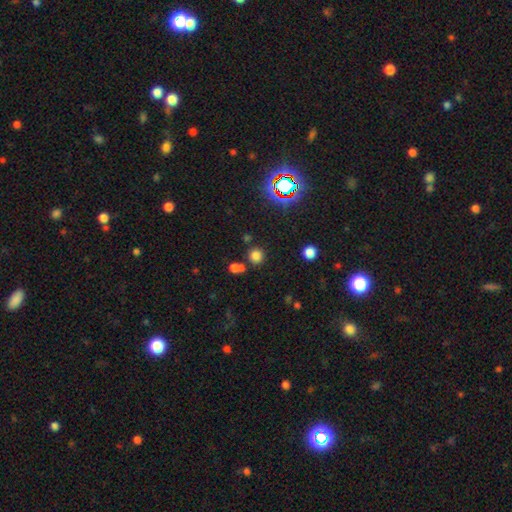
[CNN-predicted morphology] This appears to be a smooth galaxy with no disk features (74%) that is round (92%). Merging: none (76%).